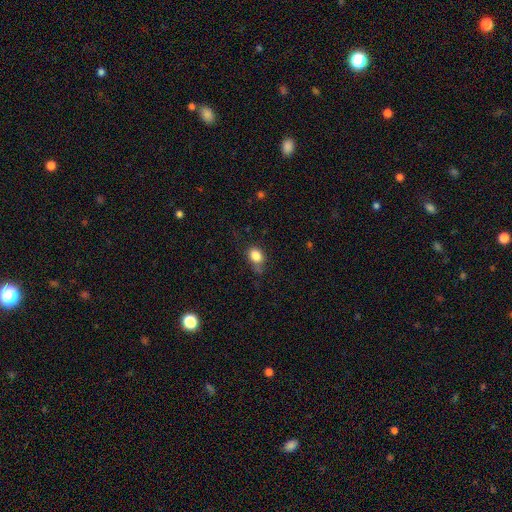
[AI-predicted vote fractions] smooth-or-featured: smooth: 84% | star or artifact: 10% | featured or disk: 6%
  how-rounded: in between: 64% | round: 35% | cigar-shaped: 1%
  merging: none: 63% | minor disturbance: 26% | major disturbance: 8% | merger: 4%